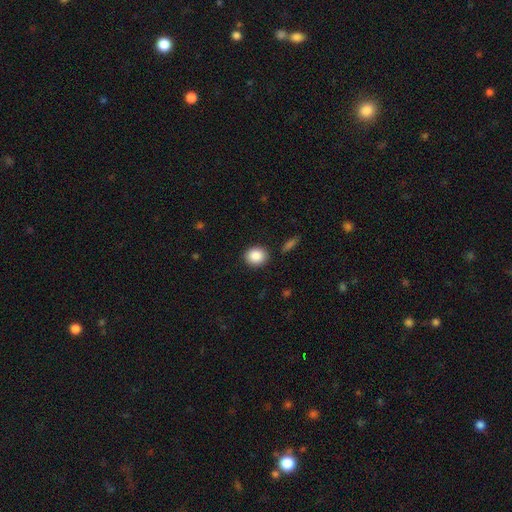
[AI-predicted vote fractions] This is clearly a smooth galaxy (88%). How rounded: likely round (66%). Merging: clearly none (88%).